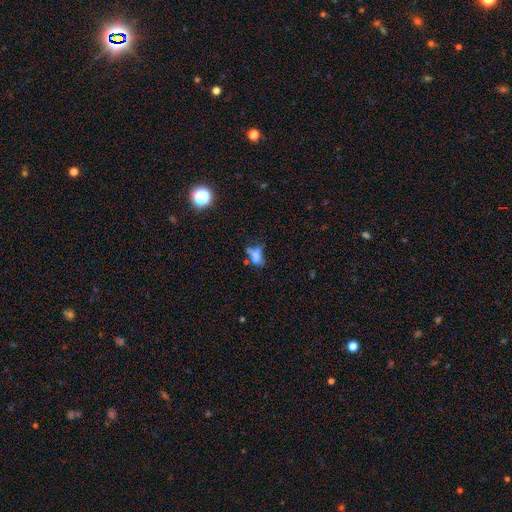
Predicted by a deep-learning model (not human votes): This appears to be a smooth galaxy with no disk features (55%) that is in between round and cigar-shaped (74%). Merging: none (32%).